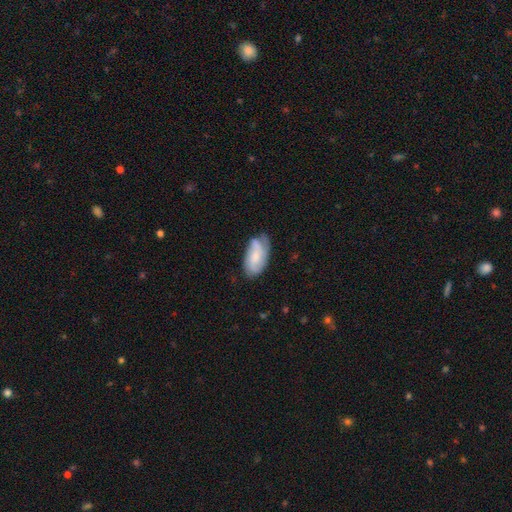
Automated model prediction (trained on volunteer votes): The model was most divided on "smooth or featured": featured or disk: 51%, smooth: 43%, star or artifact: 7%. More confident: edge-on disk — no (94%); merging — none (55%).